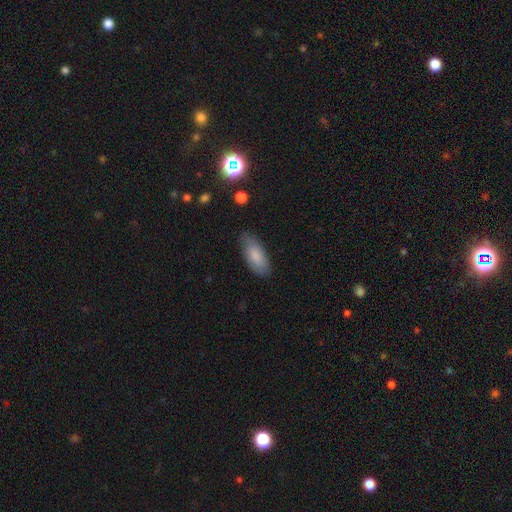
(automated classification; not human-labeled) A smooth galaxy with no disk features (83%) that is in between round and cigar-shaped (79%). Merging: none (80%).